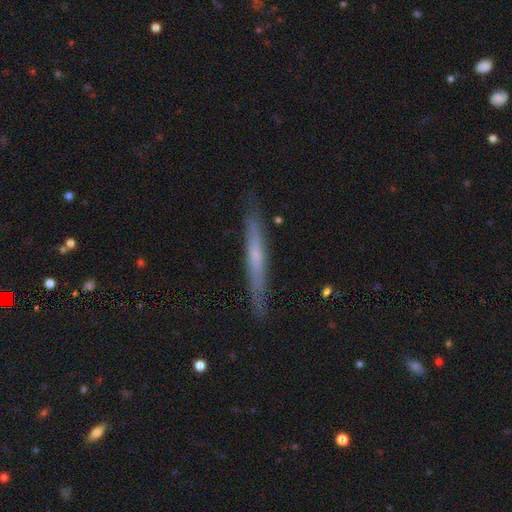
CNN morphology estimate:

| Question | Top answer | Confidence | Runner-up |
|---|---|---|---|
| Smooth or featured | featured or disk | 53% | smooth (41%) |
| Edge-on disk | yes | 94% | no (6%) |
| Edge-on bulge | none | 63% | rounded (31%) |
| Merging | none | 87% | minor disturbance (10%) |